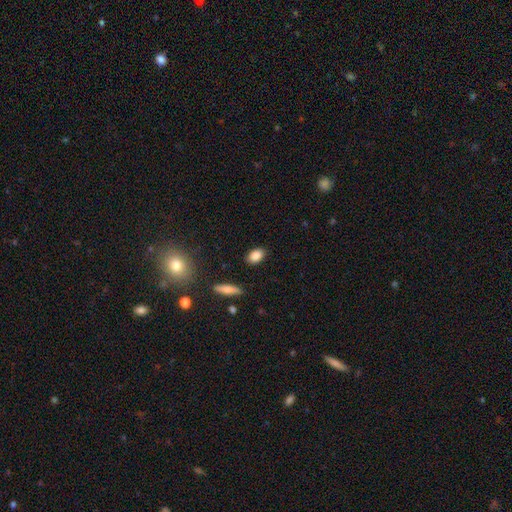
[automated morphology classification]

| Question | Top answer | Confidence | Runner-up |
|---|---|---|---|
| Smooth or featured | smooth | 86% | star or artifact (9%) |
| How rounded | in between | 85% | round (12%) |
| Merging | none | 87% | minor disturbance (10%) |